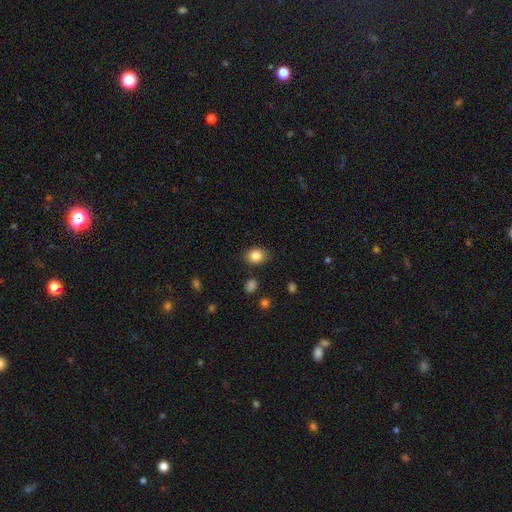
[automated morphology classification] Smooth or featured: smooth — 85% (star or artifact — 10%)
How rounded: round — 50% (in between — 49%)
Merging: none — 83% (minor disturbance — 12%)